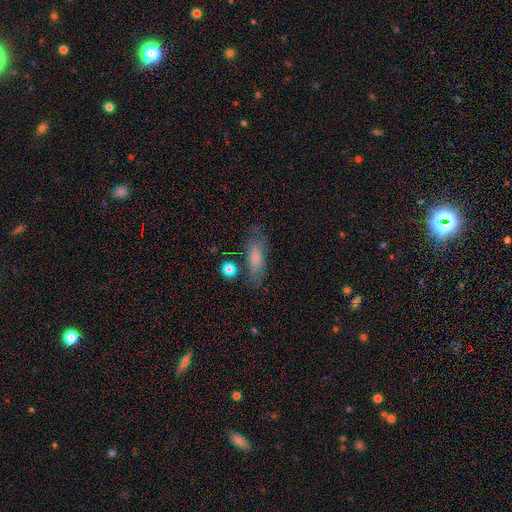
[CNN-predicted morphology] Overall: smooth (60%; featured or disk 31%). How rounded: in between (61%; cigar-shaped 35%). Merging: none (70%).